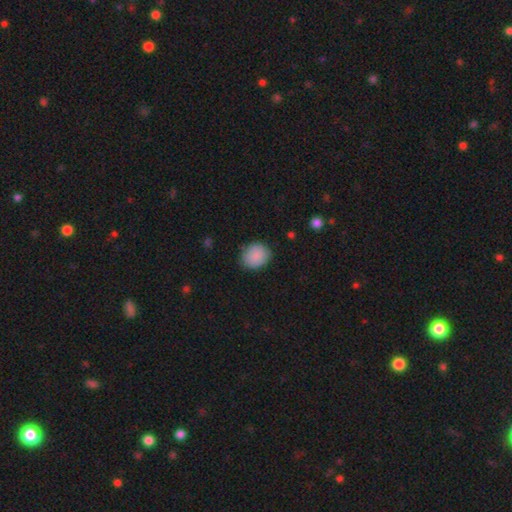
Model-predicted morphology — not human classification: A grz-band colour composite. It shows a smooth galaxy with no disk features (87%) that is round (63%). Merging: none (81%).